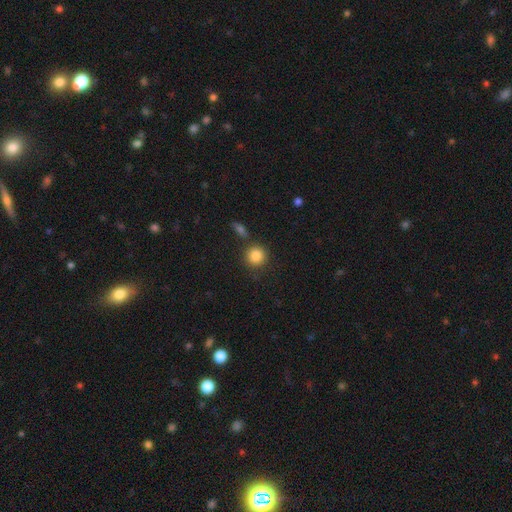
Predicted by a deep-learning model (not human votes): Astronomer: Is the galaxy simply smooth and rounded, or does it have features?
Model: smooth — 86%.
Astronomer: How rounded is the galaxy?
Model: round — 91%.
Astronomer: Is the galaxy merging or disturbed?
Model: none — 81%.